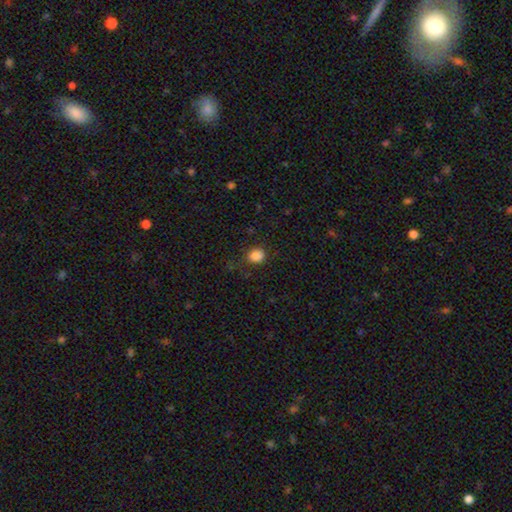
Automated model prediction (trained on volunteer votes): This appears to be a smooth galaxy with no disk features (86%) that is round (64%). Merging: none (79%).